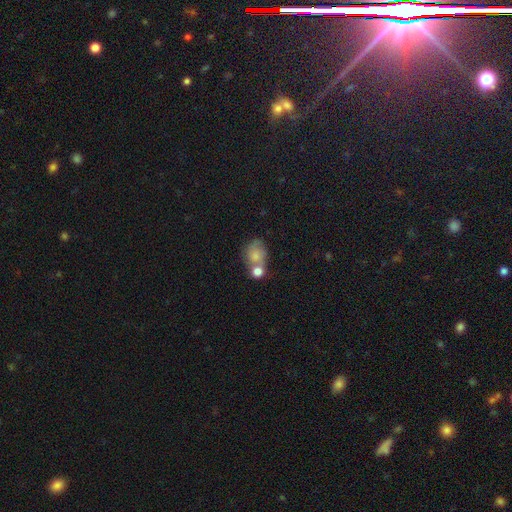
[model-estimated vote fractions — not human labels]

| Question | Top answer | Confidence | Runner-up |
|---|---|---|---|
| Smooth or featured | smooth | 71% | featured or disk (20%) |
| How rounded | in between | 50% | round (49%) |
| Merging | merger | 47% | none (29%) |